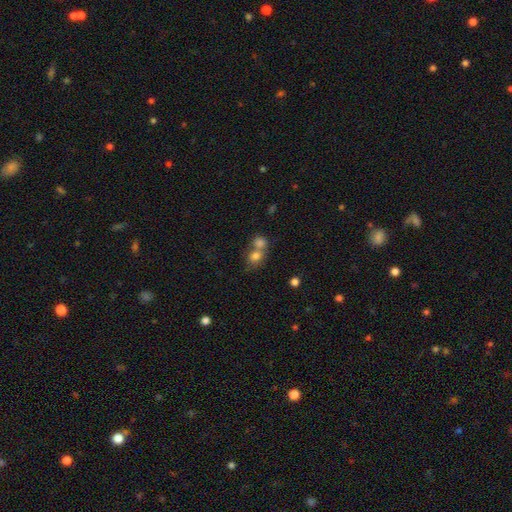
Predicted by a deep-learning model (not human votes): smooth-or-featured: smooth: 77% | featured or disk: 12% | star or artifact: 11%
  how-rounded: round: 62% | in between: 37% | cigar-shaped: 1%
  merging: merger: 56% | none: 33% | minor disturbance: 8% | major disturbance: 4%